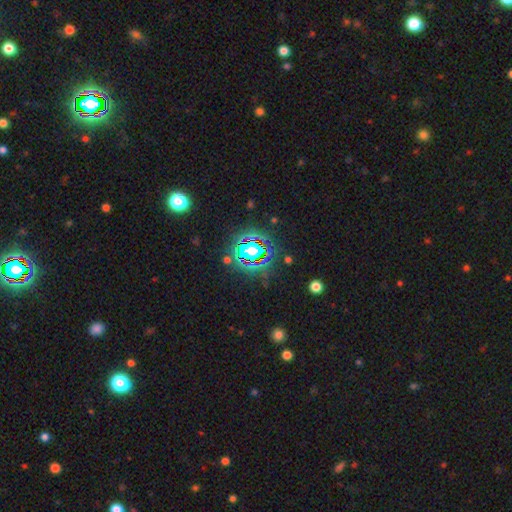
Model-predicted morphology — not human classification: This appears to be a star or artifact, not a galaxy (82%).